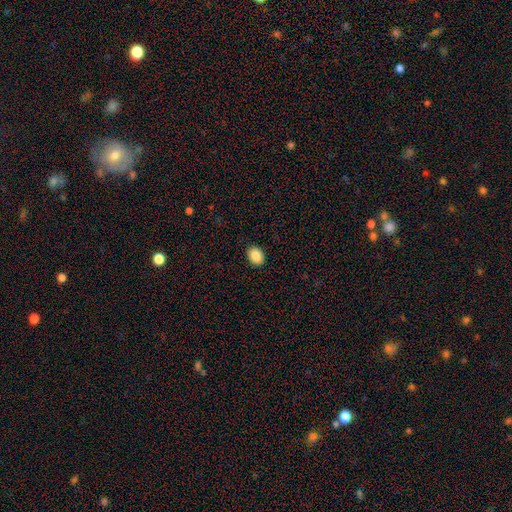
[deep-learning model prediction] A smooth galaxy with no disk features (87%) that is in between round and cigar-shaped (65%).

Vote fractions:
- Smooth or featured? smooth: 87% / star or artifact: 8% / featured or disk: 4%
- How rounded? in between: 65% / round: 34% / cigar-shaped: 1%
- Merging? none: 91% / minor disturbance: 7% / major disturbance: 2% / merger: 1%